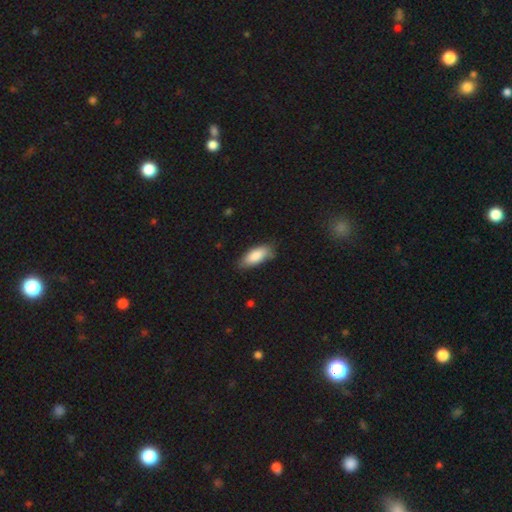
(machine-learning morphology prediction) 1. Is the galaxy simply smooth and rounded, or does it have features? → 86% smooth, 9% featured or disk, 6% star or artifact.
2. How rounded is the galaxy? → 81% in between, 17% cigar-shaped, 2% round.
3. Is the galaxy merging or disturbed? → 75% none, 20% minor disturbance, 3% major disturbance, 1% merger.